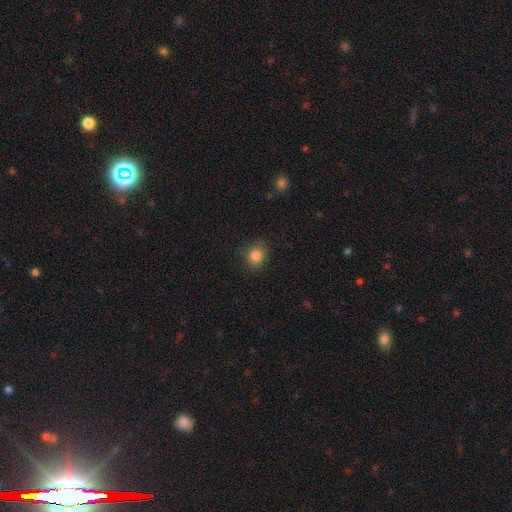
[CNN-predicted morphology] Smooth or featured?
  - smooth: 83% *
  - star or artifact: 12%
  - featured or disk: 6%
How rounded?
  - round: 78% *
  - in between: 21%
  - cigar-shaped: 1%
Merging?
  - none: 80% *
  - minor disturbance: 15%
  - major disturbance: 4%
  - merger: 1%